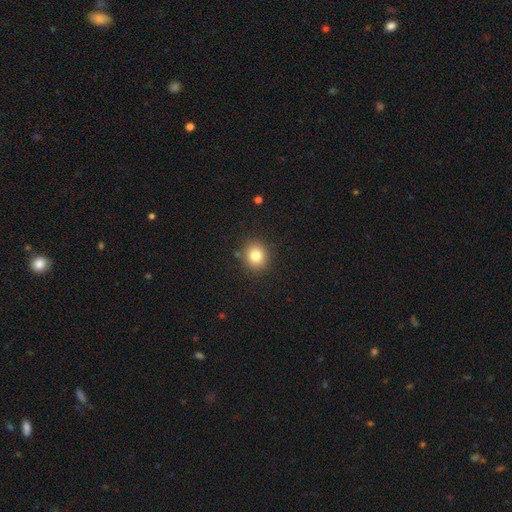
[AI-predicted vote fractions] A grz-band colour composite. It shows a smooth galaxy with no disk features (80%) that is round (82%). Merging: none (89%).